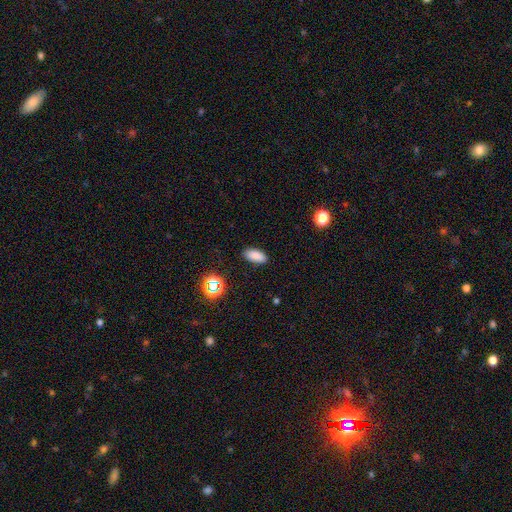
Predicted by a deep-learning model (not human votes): Q: Smooth or featured?
A: smooth (85%); runner-up: star or artifact (11%)
Q: How rounded?
A: in between (89%); runner-up: cigar-shaped (8%)
Q: Merging?
A: none (88%); runner-up: minor disturbance (8%)